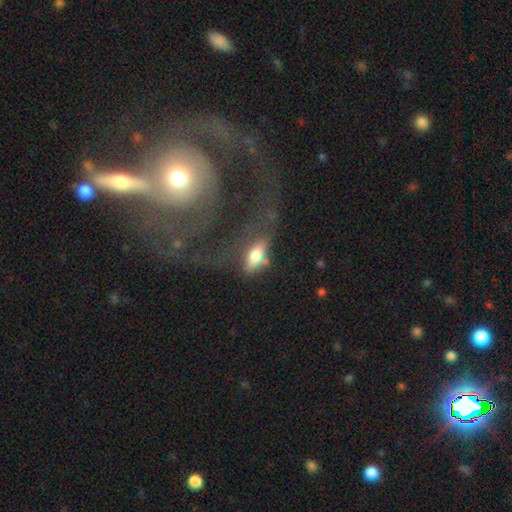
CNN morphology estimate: type=smooth (64%); roundness=in between (76%); merging=none (41%).